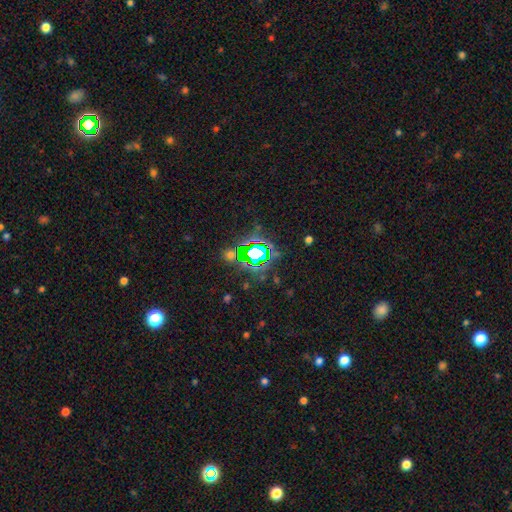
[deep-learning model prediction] Smooth or featured: star or artifact — 73% (smooth — 16%)